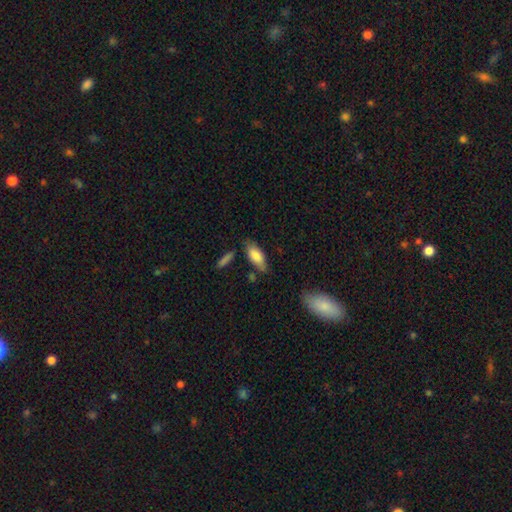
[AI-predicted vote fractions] Overall: smooth (79%). How rounded: in between (78%). Merging: none (66%).